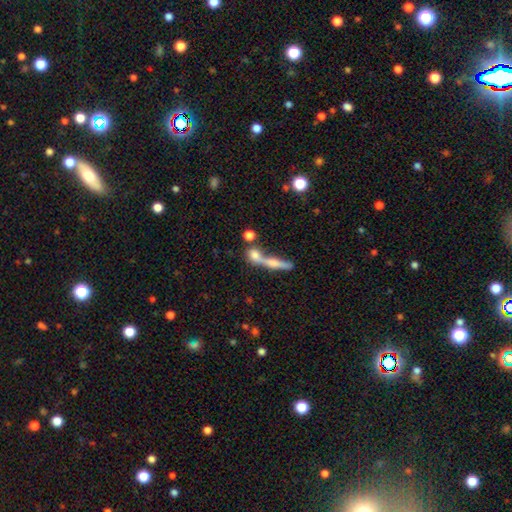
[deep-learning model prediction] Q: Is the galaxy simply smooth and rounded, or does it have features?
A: smooth — 55%.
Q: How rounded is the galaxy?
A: cigar-shaped — 43%.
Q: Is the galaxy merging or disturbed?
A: merger — 43%.